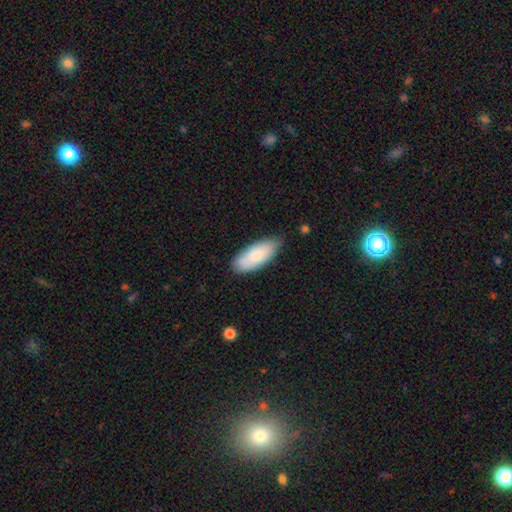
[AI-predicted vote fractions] The model was most divided on "merging": none: 74%, minor disturbance: 21%, major disturbance: 3%, merger: 2%. More confident: how rounded — in between (83%); smooth or featured — smooth (77%).